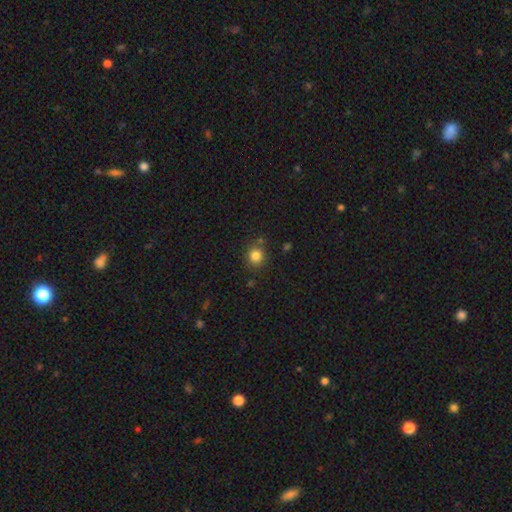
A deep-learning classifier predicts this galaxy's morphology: Overall: smooth (83%). How rounded: round (86%). Merging: none (82%).